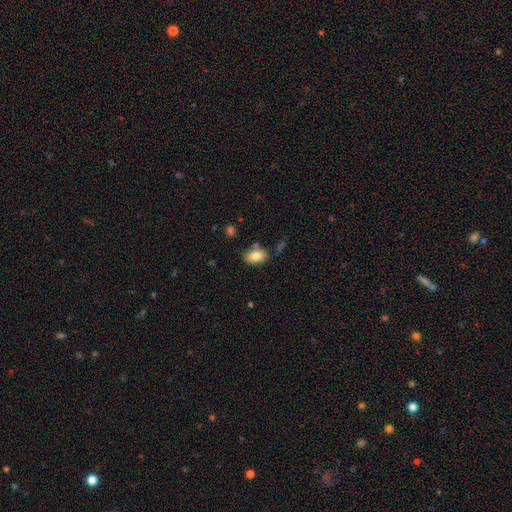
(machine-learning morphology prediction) type=smooth (82%); roundness=in between (87%); merging=none (75%).